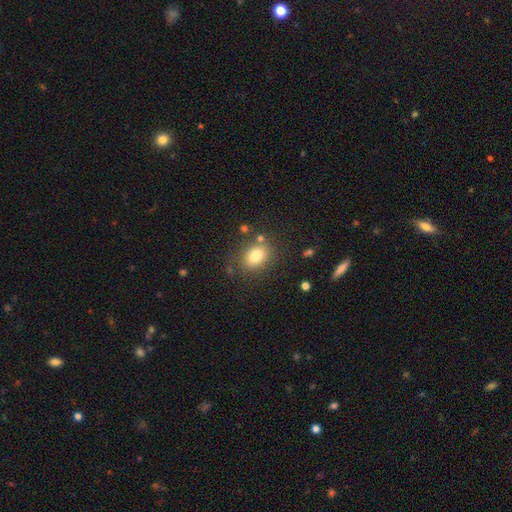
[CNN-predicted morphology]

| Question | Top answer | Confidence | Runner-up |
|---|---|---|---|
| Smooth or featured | smooth | 81% | star or artifact (10%) |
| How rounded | in between | 63% | round (35%) |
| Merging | none | 76% | minor disturbance (13%) |